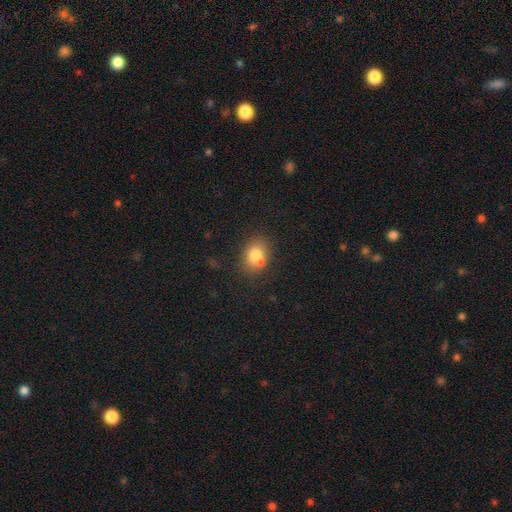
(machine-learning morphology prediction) This is likely a smooth galaxy (76%). How rounded: possibly in between (52%). Merging: possibly none (59%).